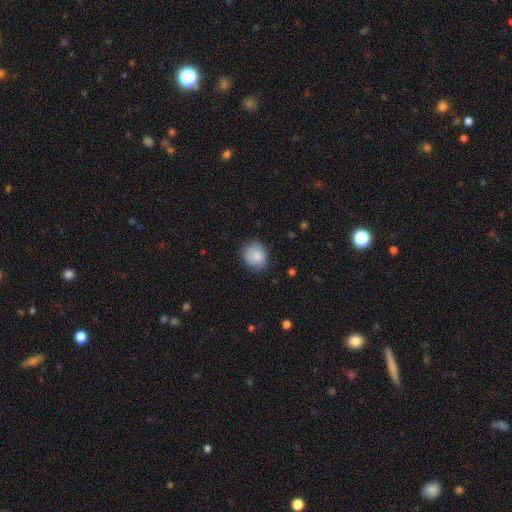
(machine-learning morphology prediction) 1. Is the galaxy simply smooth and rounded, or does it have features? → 86% smooth, 7% star or artifact, 7% featured or disk.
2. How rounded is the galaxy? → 70% round, 29% in between, 1% cigar-shaped.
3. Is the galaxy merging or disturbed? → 79% none, 16% minor disturbance, 3% major disturbance, 1% merger.